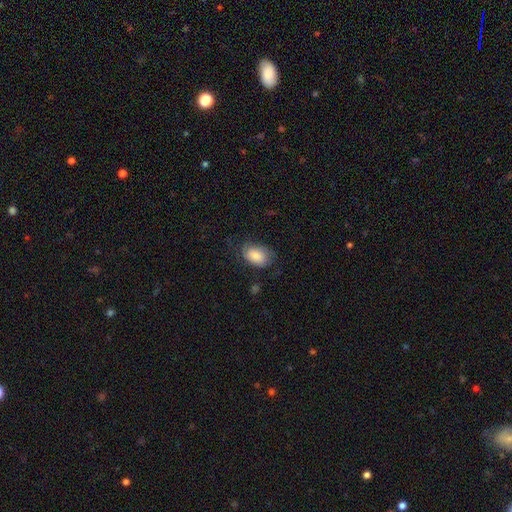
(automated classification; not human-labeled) A smooth galaxy with no disk features (79%) that is in between round and cigar-shaped (88%).

Vote fractions:
- Smooth or featured? smooth: 79% / featured or disk: 14% / star or artifact: 7%
- How rounded? in between: 88% / round: 11% / cigar-shaped: 1%
- Merging? none: 64% / minor disturbance: 24% / major disturbance: 10% / merger: 1%